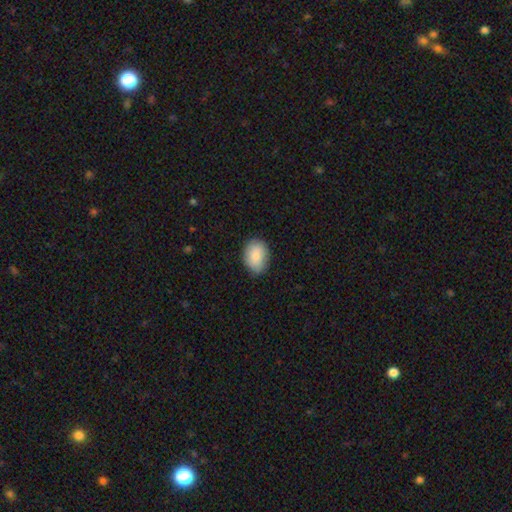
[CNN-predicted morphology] Smooth or featured? smooth (85%)
How rounded? in between (75%)
Merging? none (82%)